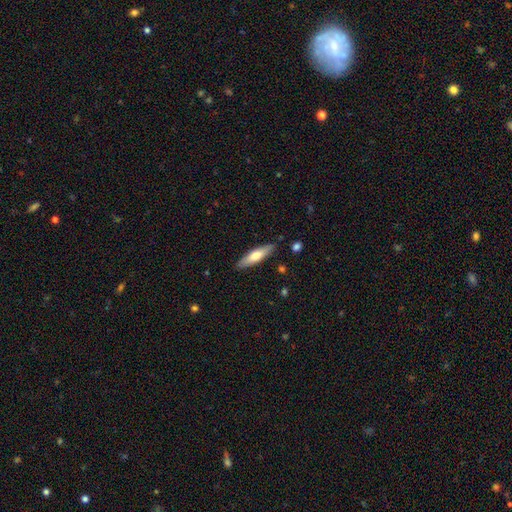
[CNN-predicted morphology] This is possibly a smooth galaxy (58%). How rounded: likely cigar-shaped (73%). Merging: clearly none (88%).